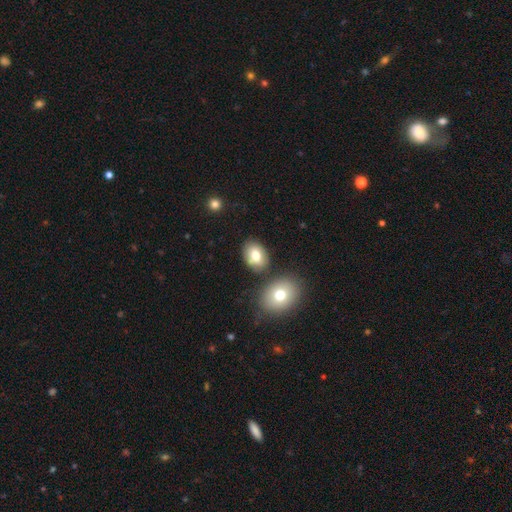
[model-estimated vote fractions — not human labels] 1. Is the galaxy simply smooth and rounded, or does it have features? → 76% smooth, 15% featured or disk, 9% star or artifact.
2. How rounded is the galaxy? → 71% in between, 28% round, 1% cigar-shaped.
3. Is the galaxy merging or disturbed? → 74% none, 11% minor disturbance, 11% merger, 3% major disturbance.